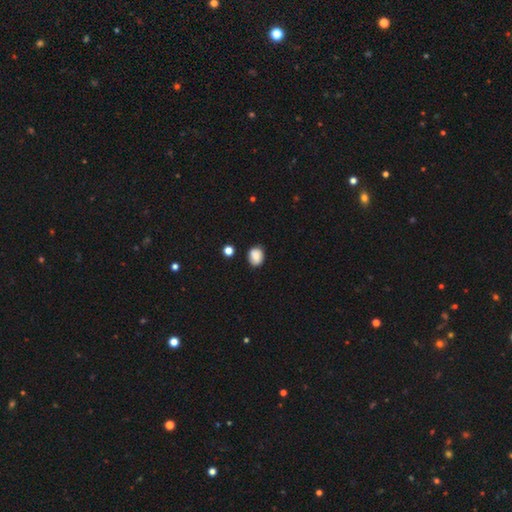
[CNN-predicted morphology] This is clearly a smooth galaxy (82%). How rounded: possibly round (53%). Merging: likely none (77%).